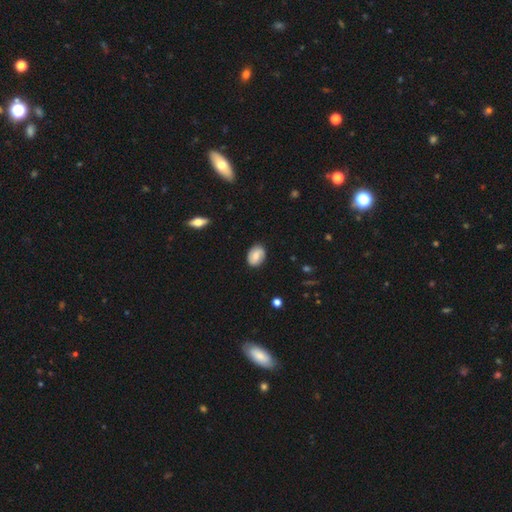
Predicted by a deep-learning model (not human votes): smooth-or-featured: smooth: 59% | featured or disk: 33% | star or artifact: 8%
  how-rounded: in between: 75% | round: 23% | cigar-shaped: 1%
  merging: none: 83% | minor disturbance: 13% | major disturbance: 3% | merger: 1%